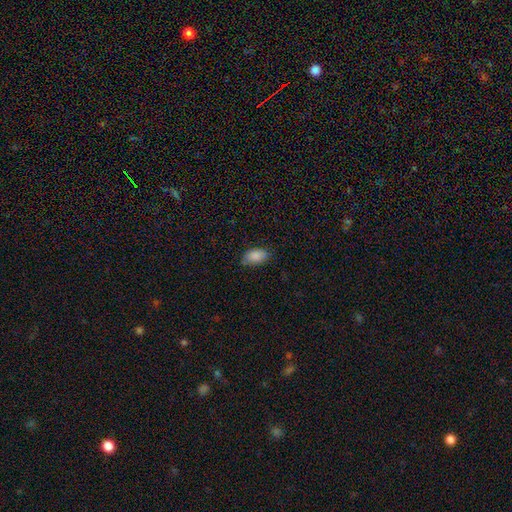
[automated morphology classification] Overall: smooth (88%). How rounded: in between (93%). Merging: none (77%).